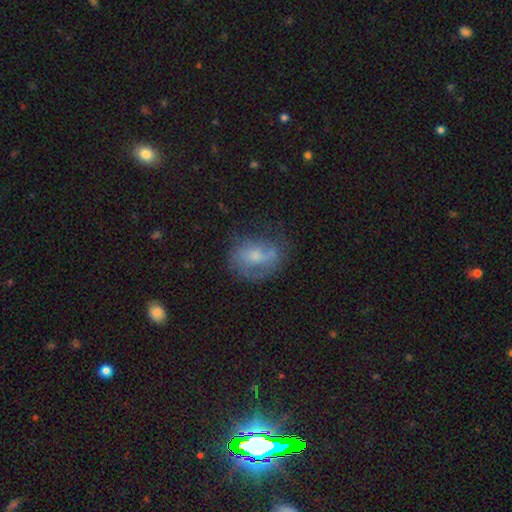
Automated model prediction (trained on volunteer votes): Smooth or featured? featured or disk (45%)
Merging? none (48%)